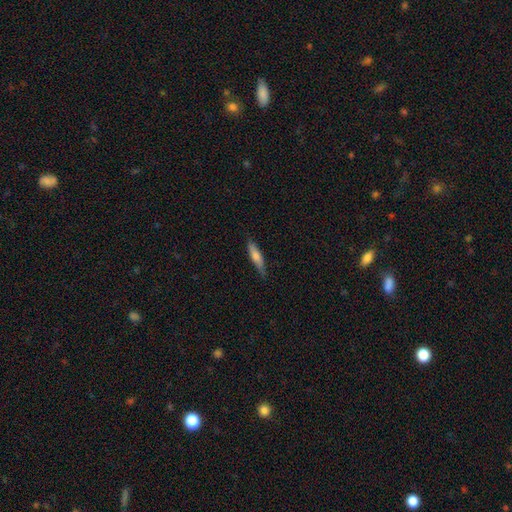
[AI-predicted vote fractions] Smooth or featured? Predicted: smooth (p=0.62). How rounded? Predicted: cigar-shaped (p=0.82). Merging? Predicted: none (p=0.82).